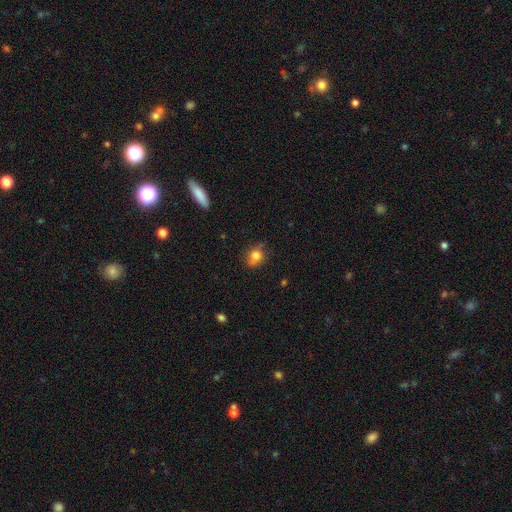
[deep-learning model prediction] Morphology: type=smooth (76%); roundness=round (57%); merging=none (63%).